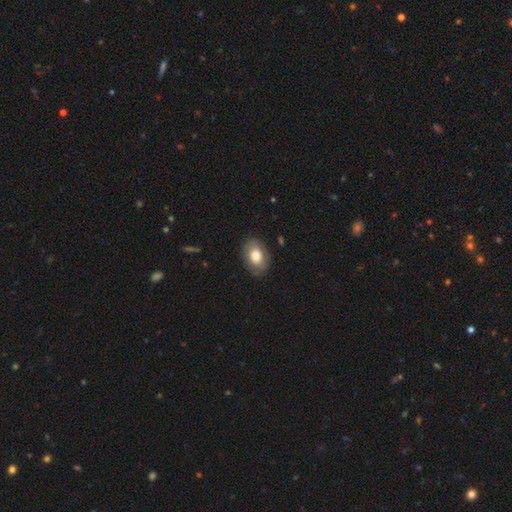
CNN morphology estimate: Smooth or featured? smooth (75%)
How rounded? in between (84%)
Merging? none (81%)